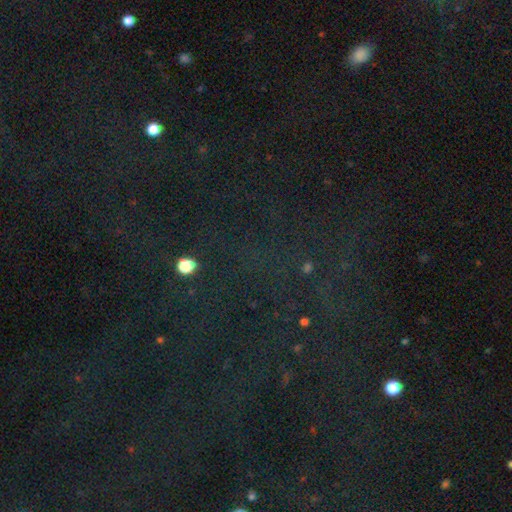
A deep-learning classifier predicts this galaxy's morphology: Smooth or featured?
  - star or artifact: 79% *
  - smooth: 13%
  - featured or disk: 8%